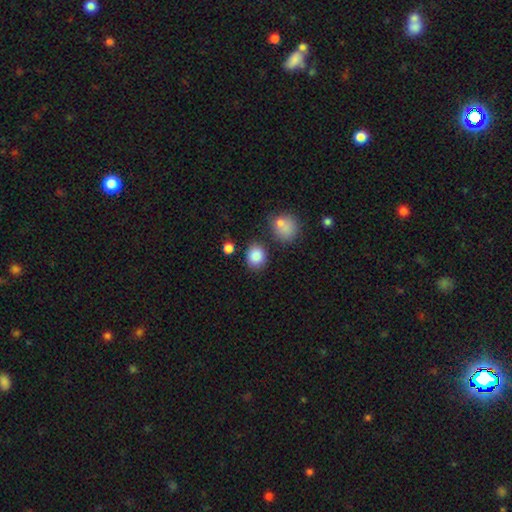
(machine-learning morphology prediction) Smooth or featured: smooth — 86% (star or artifact — 9%)
How rounded: round — 64% (in between — 35%)
Merging: none — 79% (minor disturbance — 11%)